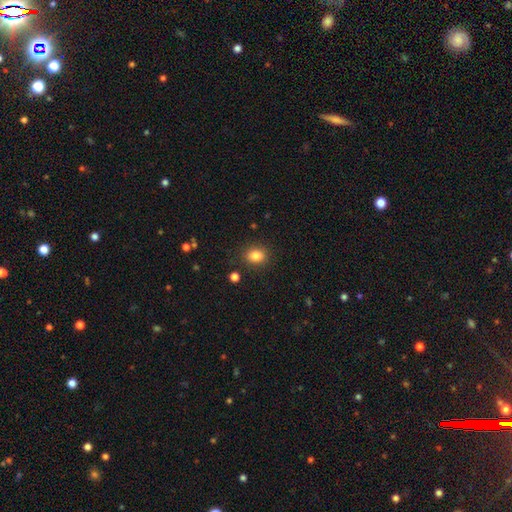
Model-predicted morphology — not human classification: A smooth galaxy with no disk features (84%) that is round (51%).

Vote fractions:
- Smooth or featured? smooth: 84% / star or artifact: 11% / featured or disk: 6%
- How rounded? round: 51% / in between: 48% / cigar-shaped: 1%
- Merging? none: 87% / minor disturbance: 8% / major disturbance: 3% / merger: 2%